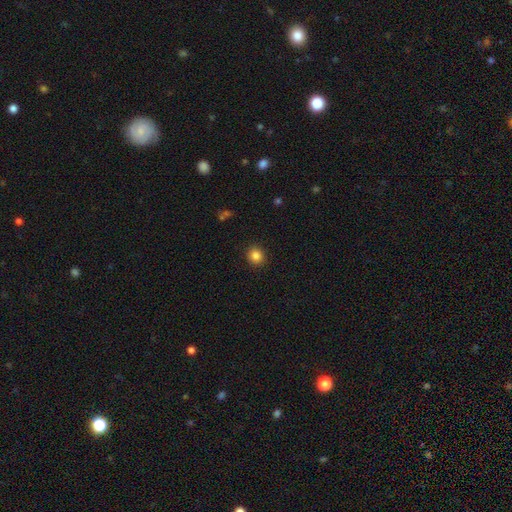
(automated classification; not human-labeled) This appears to be a smooth galaxy with no disk features (85%) that is round (85%). Merging: none (91%).